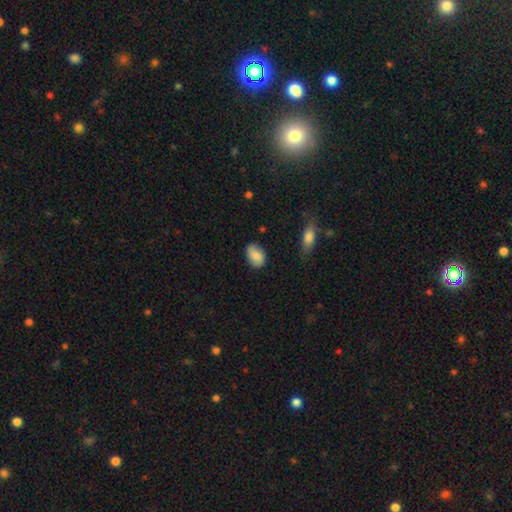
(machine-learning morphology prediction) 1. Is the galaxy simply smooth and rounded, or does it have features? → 82% smooth, 11% featured or disk, 7% star or artifact.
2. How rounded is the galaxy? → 84% in between, 15% round, 2% cigar-shaped.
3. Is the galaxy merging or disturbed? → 77% none, 18% minor disturbance, 3% major disturbance, 2% merger.